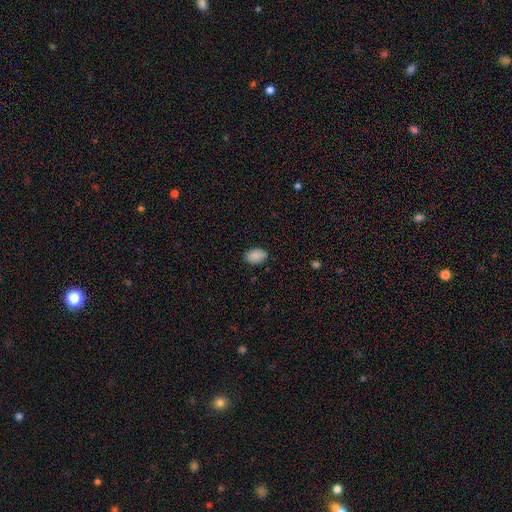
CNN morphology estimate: This appears to be a smooth galaxy with no disk features (89%) that is in between round and cigar-shaped (87%). Merging: none (85%).